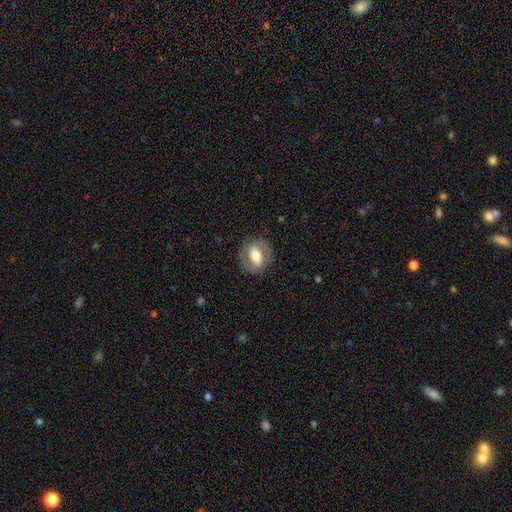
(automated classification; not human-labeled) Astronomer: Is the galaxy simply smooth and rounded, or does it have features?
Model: smooth — 47%, tied with featured or disk at 47%.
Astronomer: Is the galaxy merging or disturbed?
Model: none — 81%.